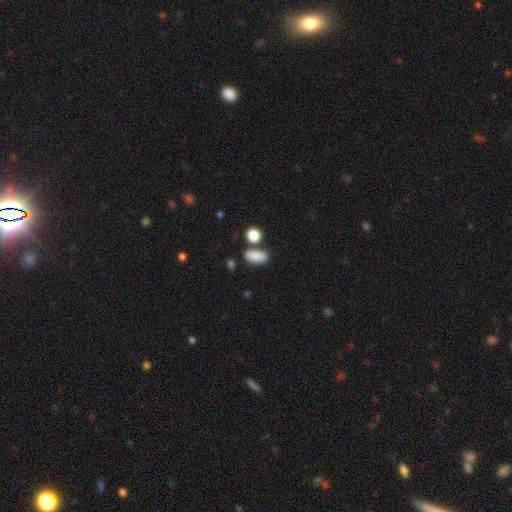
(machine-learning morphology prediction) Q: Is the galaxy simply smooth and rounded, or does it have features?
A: smooth — 86%.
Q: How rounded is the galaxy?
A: in between — 84%.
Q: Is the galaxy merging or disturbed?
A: none — 68%.